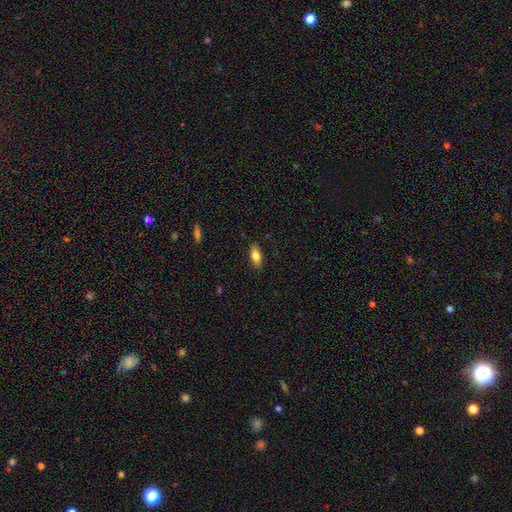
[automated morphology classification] Smooth or featured?
  - smooth: 80% *
  - featured or disk: 13%
  - star or artifact: 7%
How rounded?
  - in between: 84% *
  - cigar-shaped: 13%
  - round: 3%
Merging?
  - none: 86% *
  - minor disturbance: 11%
  - major disturbance: 2%
  - merger: 1%